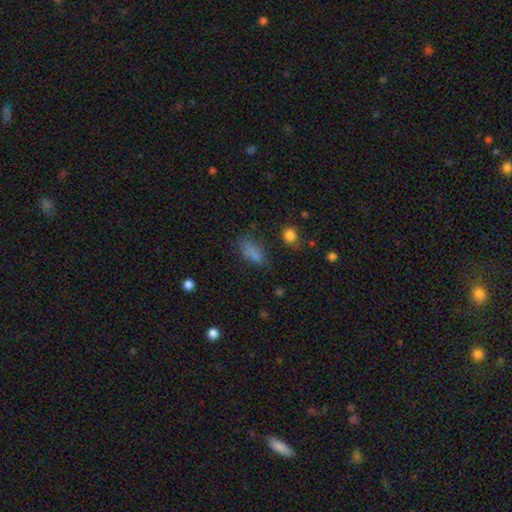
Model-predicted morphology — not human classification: The model was most divided on "merging": none: 53%, minor disturbance: 22%, major disturbance: 15%, merger: 10%. More confident: how rounded — in between (71%); smooth or featured — smooth (69%).